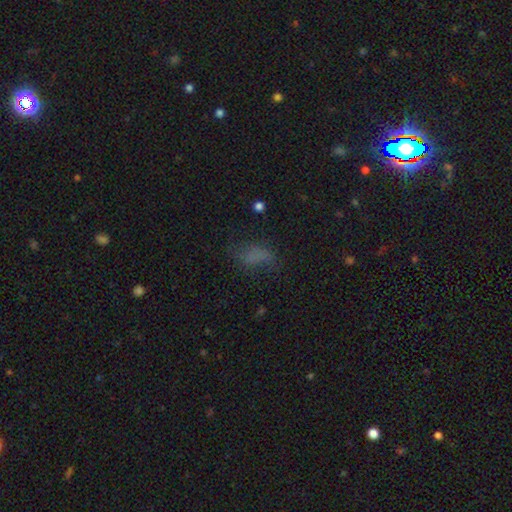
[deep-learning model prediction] This is likely a smooth galaxy (61%). How rounded: clearly in between (83%). Merging: possibly none (49%).